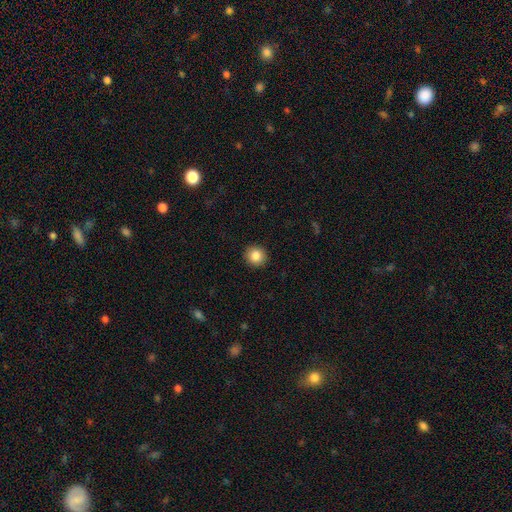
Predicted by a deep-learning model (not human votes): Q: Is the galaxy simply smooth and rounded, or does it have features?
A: smooth — 85%.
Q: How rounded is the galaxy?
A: round — 93%.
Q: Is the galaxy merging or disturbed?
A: none — 93%.